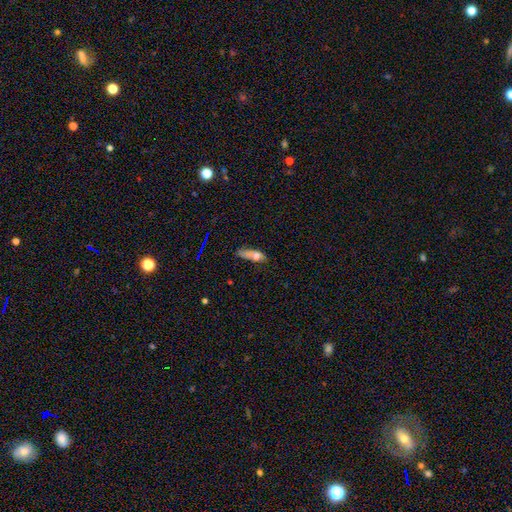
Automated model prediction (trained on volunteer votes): Morphology: type=smooth (68%); roundness=in between (53%); merging=none (37%).